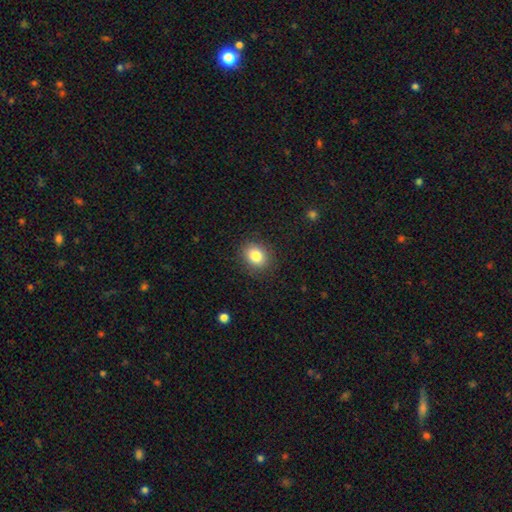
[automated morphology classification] Smooth or featured: smooth — 83% (star or artifact — 10%)
How rounded: round — 59% (in between — 40%)
Merging: none — 88% (minor disturbance — 9%)